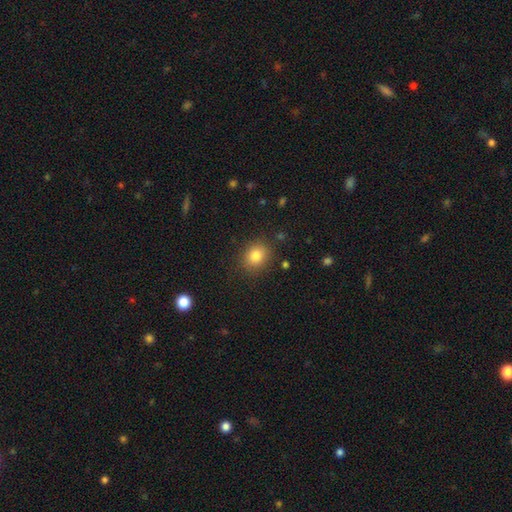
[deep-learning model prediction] smooth 82%, star or artifact 11%, featured or disk 7%. Down the decision tree: how rounded — round (67%); merging — none (86%).